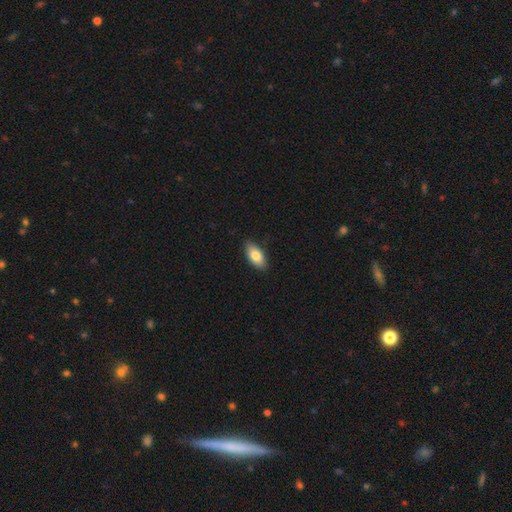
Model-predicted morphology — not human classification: Smooth or featured: smooth — 82% (featured or disk — 12%)
How rounded: in between — 90% (cigar-shaped — 7%)
Merging: none — 88% (minor disturbance — 10%)